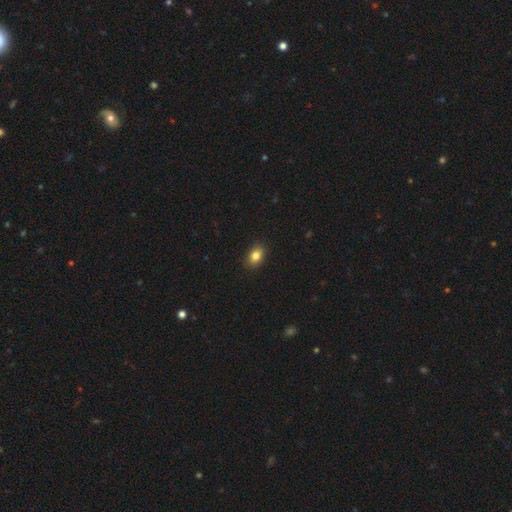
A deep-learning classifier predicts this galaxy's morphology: type=smooth (84%); roundness=in between (77%); merging=none (89%).